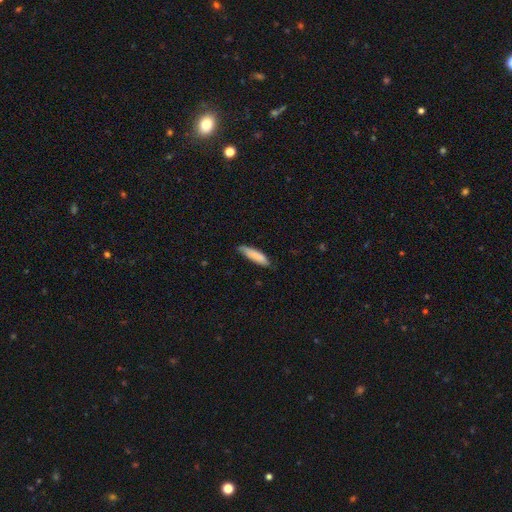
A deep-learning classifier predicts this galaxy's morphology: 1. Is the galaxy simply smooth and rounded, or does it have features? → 84% smooth, 10% featured or disk, 6% star or artifact.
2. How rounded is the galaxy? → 69% cigar-shaped, 30% in between, 1% round.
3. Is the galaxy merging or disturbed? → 70% none, 25% minor disturbance, 4% major disturbance, 1% merger.